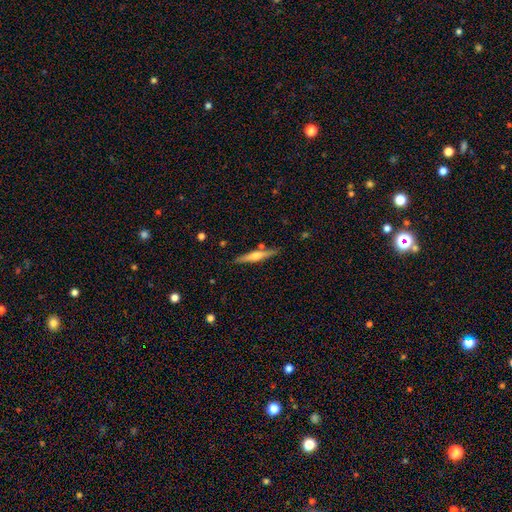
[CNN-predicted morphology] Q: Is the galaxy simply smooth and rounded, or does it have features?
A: featured or disk — 60%.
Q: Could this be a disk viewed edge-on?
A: yes — 97%.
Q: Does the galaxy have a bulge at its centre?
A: rounded — 81%.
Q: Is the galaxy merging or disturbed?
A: none — 87%.